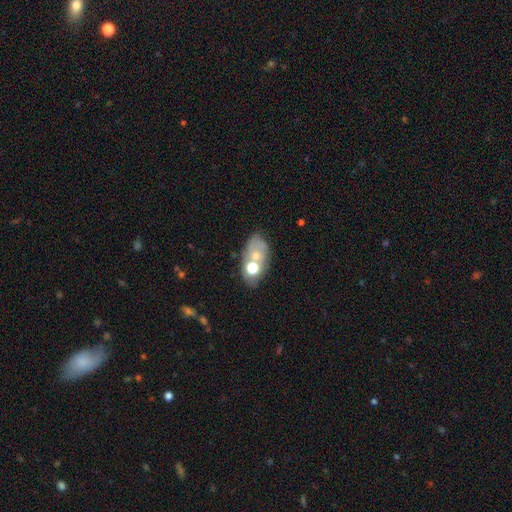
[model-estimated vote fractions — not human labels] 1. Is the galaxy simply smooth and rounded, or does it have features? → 49% smooth, 38% featured or disk, 14% star or artifact.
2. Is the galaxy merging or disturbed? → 49% none, 27% merger, 16% minor disturbance, 8% major disturbance.